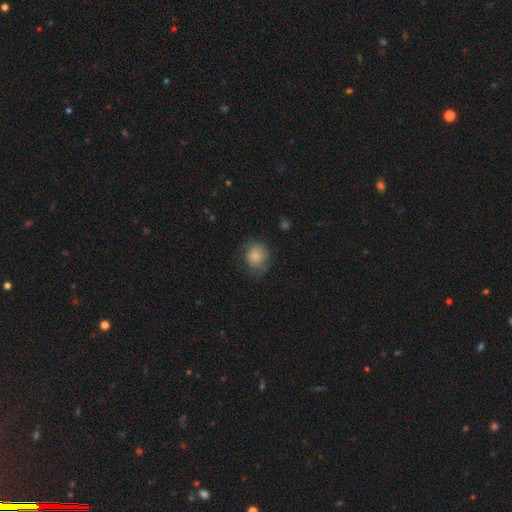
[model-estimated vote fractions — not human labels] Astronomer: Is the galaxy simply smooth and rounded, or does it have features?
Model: smooth — 75%.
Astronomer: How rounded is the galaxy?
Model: round — 80%.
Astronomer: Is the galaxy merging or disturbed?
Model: none — 62%.